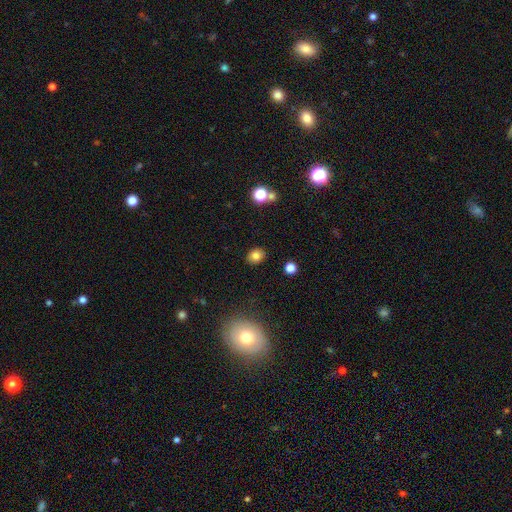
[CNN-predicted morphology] Smooth or featured?
  - smooth: 81% *
  - star or artifact: 12%
  - featured or disk: 7%
How rounded?
  - round: 51% *
  - in between: 48%
  - cigar-shaped: 1%
Merging?
  - none: 88% *
  - minor disturbance: 8%
  - major disturbance: 2%
  - merger: 2%